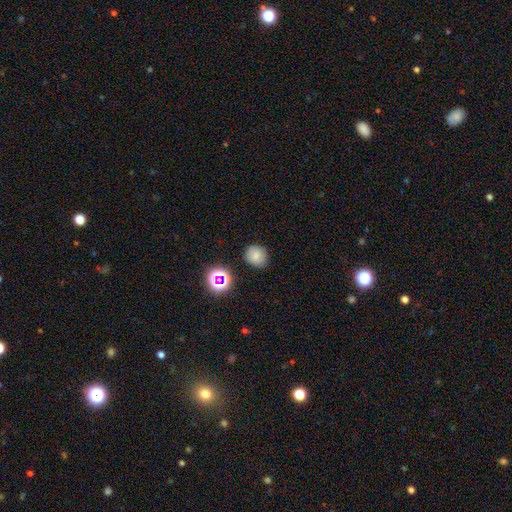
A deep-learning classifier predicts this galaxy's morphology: smooth 73%, star or artifact 17%, featured or disk 10%. Down the decision tree: how rounded — round (82%); merging — none (80%).